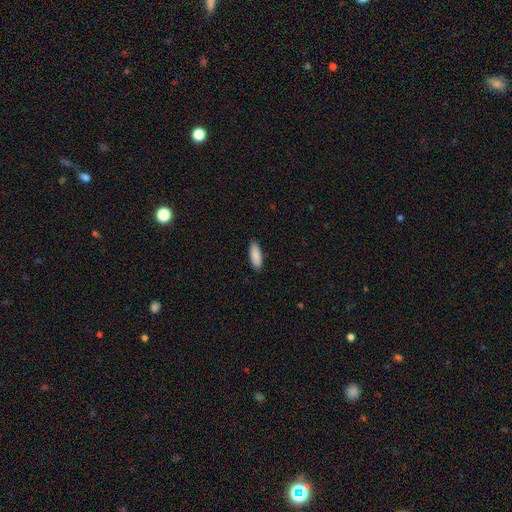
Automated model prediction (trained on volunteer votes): Smooth or featured: smooth — 90% (star or artifact — 6%)
How rounded: in between — 65% (cigar-shaped — 34%)
Merging: none — 89% (minor disturbance — 9%)